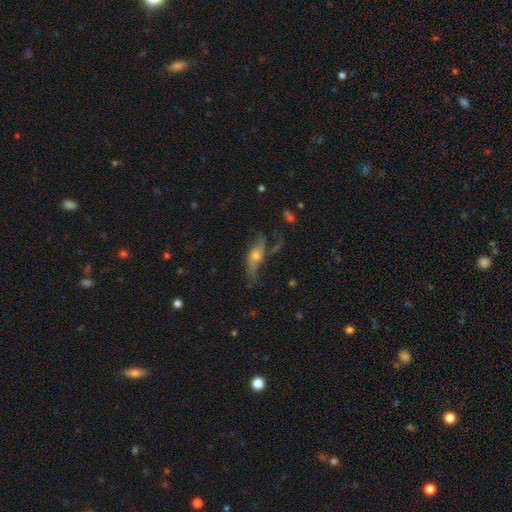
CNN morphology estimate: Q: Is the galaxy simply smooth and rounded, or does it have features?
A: featured or disk — 56%.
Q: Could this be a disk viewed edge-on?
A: no — 64%.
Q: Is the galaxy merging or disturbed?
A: none — 44%.